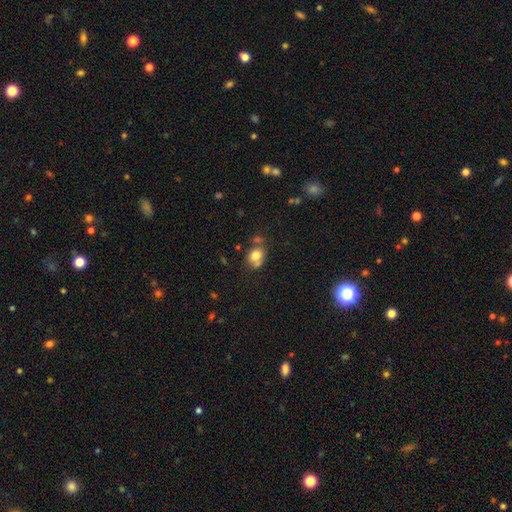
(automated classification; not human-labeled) Smooth or featured: smooth — 75% (featured or disk — 14%)
How rounded: round — 51% (in between — 48%)
Merging: none — 48% (merger — 28%)